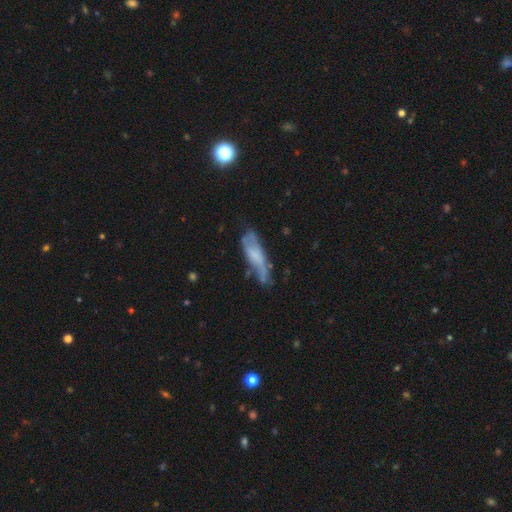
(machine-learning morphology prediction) This appears to be a featured or disk galaxy (46%). Merging: none (43%).